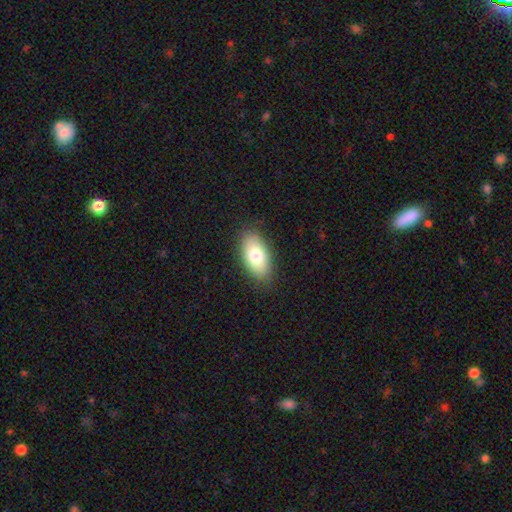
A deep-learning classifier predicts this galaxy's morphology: smooth_or_featured: smooth (p=0.77) [alt: featured or disk p=0.16]
how_rounded: in between (p=0.92) [alt: round p=0.04]
merging: none (p=0.85) [alt: minor disturbance p=0.11]